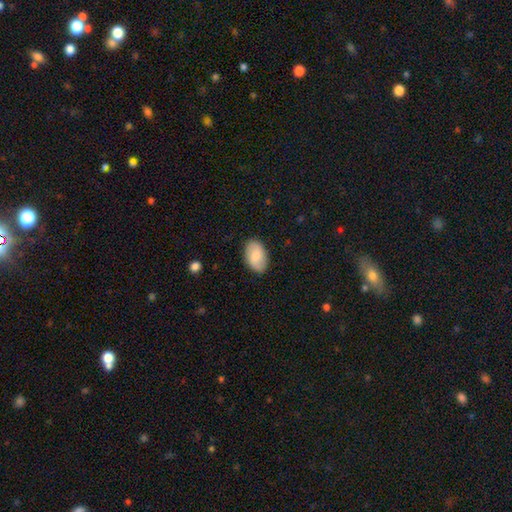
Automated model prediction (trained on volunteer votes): The model was most divided on "smooth or featured": smooth: 72%, featured or disk: 22%, star or artifact: 6%. More confident: how rounded — in between (92%); merging — none (86%).